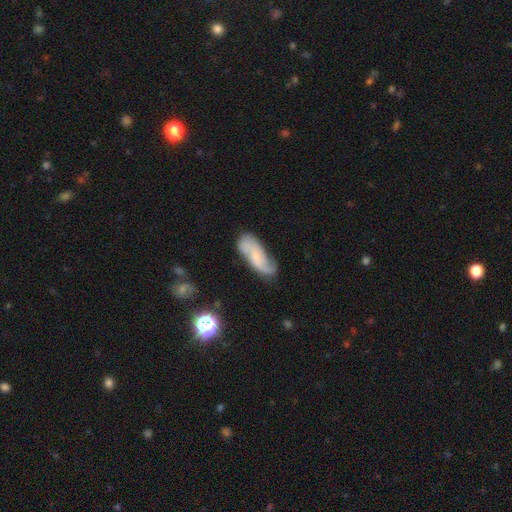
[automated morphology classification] Smooth or featured? featured or disk (62%)
Edge-on disk? no (91%)
Bar? no (55%)
Spiral arms? yes (92%)
Spiral winding? medium (41%)
Spiral arm count? 2 (81%)
Bulge size? small (60%)
Merging? none (68%)